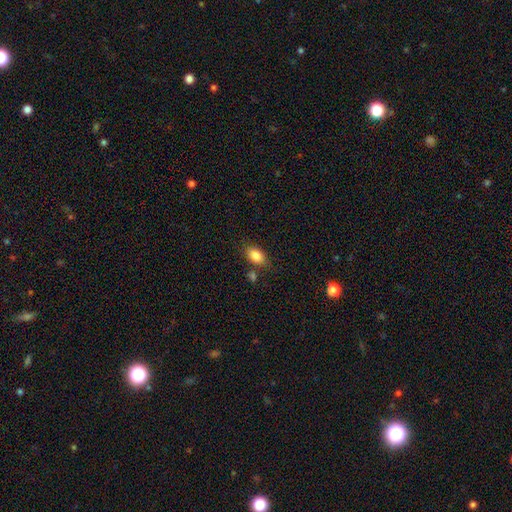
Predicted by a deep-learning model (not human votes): Smooth or featured? smooth (86%)
How rounded? in between (86%)
Merging? none (72%)